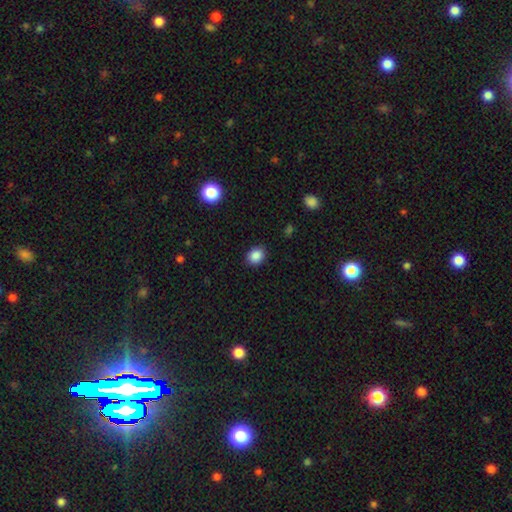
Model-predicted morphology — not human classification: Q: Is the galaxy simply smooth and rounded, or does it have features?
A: smooth — 87%.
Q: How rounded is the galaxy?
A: round — 60%.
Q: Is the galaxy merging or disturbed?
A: none — 88%.